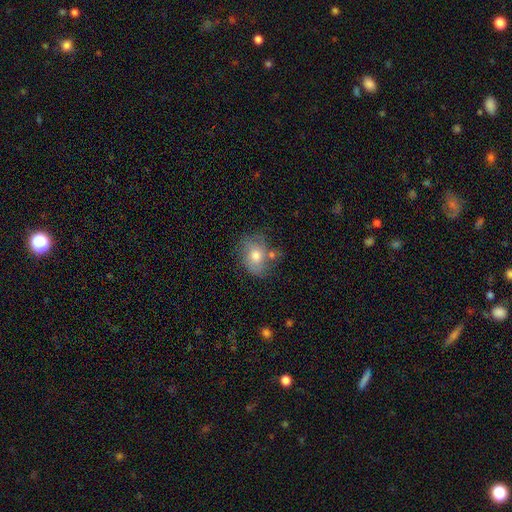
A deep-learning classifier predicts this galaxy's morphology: smooth 57%, featured or disk 34%, star or artifact 9%. Down the decision tree: how rounded — in between (57%); merging — none (56%).